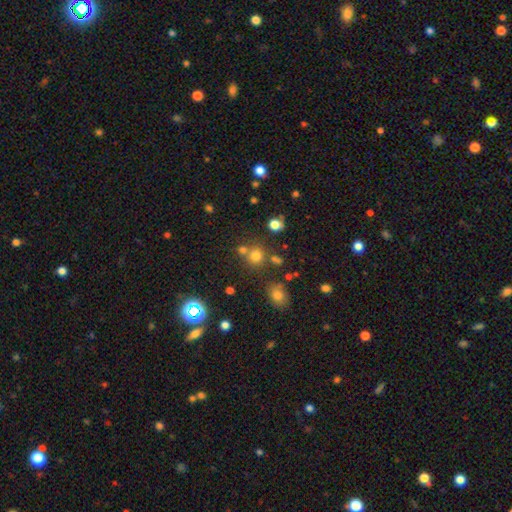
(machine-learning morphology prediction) smooth-or-featured: smooth: 71% | star or artifact: 21% | featured or disk: 9%
  how-rounded: round: 88% | in between: 10% | cigar-shaped: 1%
  merging: none: 67% | merger: 20% | minor disturbance: 9% | major disturbance: 4%